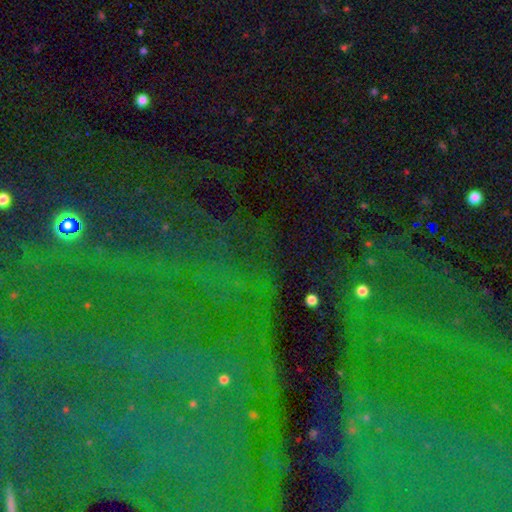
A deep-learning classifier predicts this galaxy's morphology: The model was most divided on "smooth or featured": star or artifact: 80%, featured or disk: 11%, smooth: 9%.